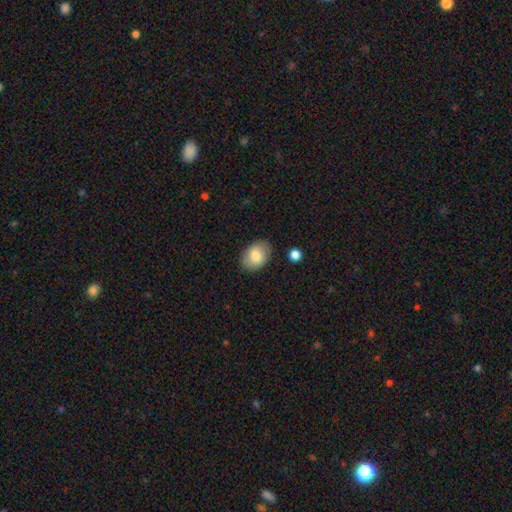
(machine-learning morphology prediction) Smooth or featured: smooth — 79% (featured or disk — 14%)
How rounded: in between — 77% (round — 22%)
Merging: none — 83% (minor disturbance — 12%)